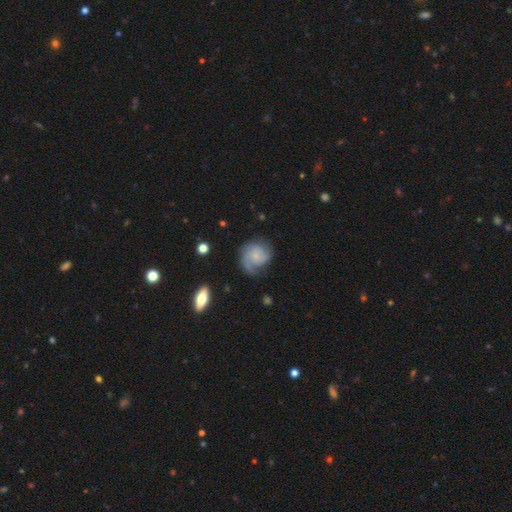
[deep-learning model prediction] Q: Smooth or featured?
A: featured or disk (61%); runner-up: smooth (31%)
Q: Edge-on disk?
A: no (98%); runner-up: yes (2%)
Q: Bar?
A: no (76%); runner-up: weak (21%)
Q: Spiral arms?
A: yes (90%); runner-up: no (10%)
Q: Spiral winding?
A: tight (40%); runner-up: medium (38%)
Q: Spiral arm count?
A: 2 (33%); runner-up: can't tell (23%)
Q: Bulge size?
A: small (70%); runner-up: moderate (14%)
Q: Merging?
A: none (57%); runner-up: minor disturbance (24%)